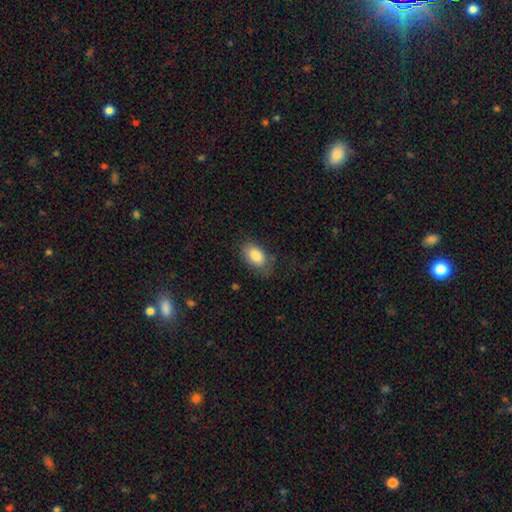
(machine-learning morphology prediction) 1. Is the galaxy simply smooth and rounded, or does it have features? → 85% smooth, 9% featured or disk, 7% star or artifact.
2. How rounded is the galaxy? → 92% in between, 6% round, 2% cigar-shaped.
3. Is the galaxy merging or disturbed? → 71% none, 20% minor disturbance, 7% major disturbance, 2% merger.